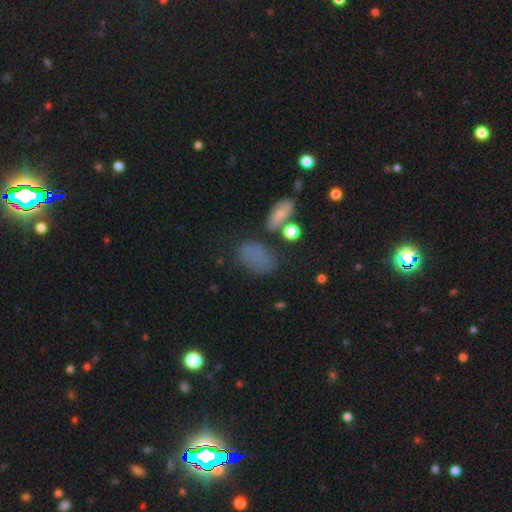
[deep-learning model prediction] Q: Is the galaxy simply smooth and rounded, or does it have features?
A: smooth — 69%.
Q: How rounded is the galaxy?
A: in between — 84%.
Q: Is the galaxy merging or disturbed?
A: none — 55%.